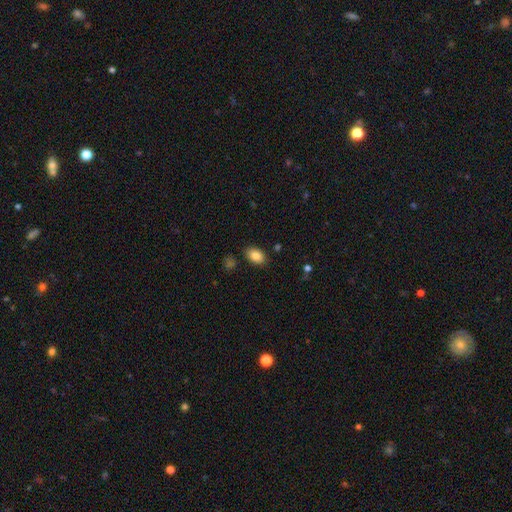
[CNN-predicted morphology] Q: Smooth or featured?
A: smooth (87%); runner-up: star or artifact (8%)
Q: How rounded?
A: in between (87%); runner-up: round (12%)
Q: Merging?
A: none (85%); runner-up: minor disturbance (10%)